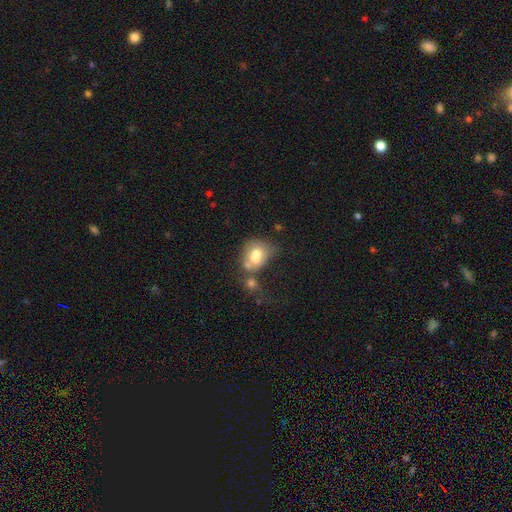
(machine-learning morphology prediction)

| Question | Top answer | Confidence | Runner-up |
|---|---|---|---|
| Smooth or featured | smooth | 64% | featured or disk (26%) |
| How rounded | in between | 51% | round (48%) |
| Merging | merger | 49% | none (24%) |